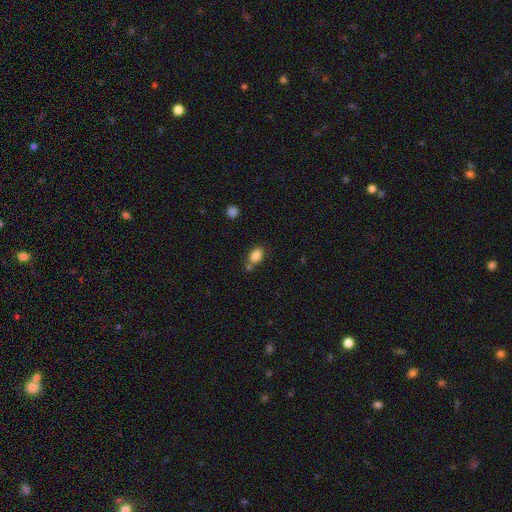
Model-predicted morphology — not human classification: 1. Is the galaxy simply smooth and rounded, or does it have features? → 85% smooth, 9% star or artifact, 6% featured or disk.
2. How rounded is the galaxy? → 81% in between, 17% round, 2% cigar-shaped.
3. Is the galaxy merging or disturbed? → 60% none, 20% merger, 15% minor disturbance, 4% major disturbance.